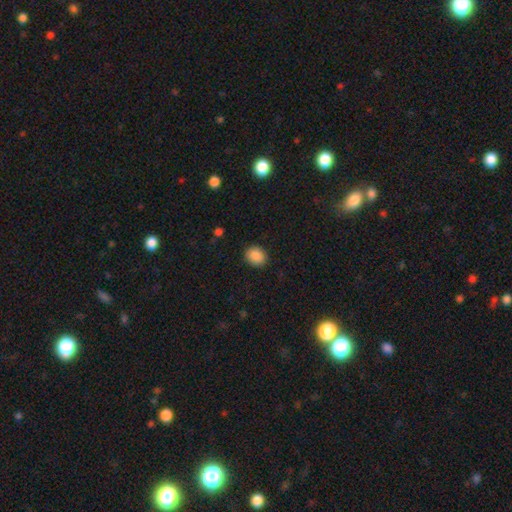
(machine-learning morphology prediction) This is clearly a smooth galaxy (88%). How rounded: likely round (68%). Merging: clearly none (90%).